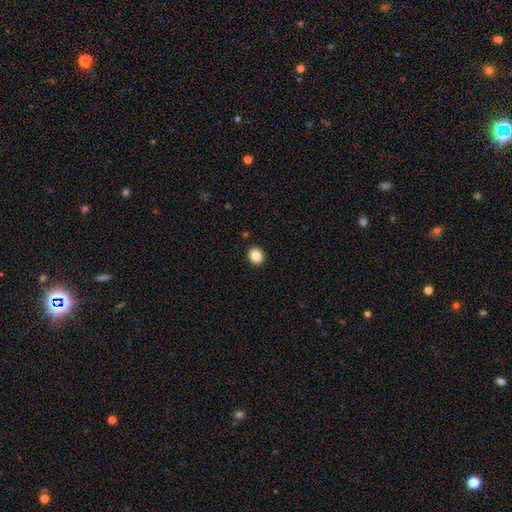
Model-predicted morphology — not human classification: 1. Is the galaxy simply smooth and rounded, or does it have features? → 85% smooth, 9% star or artifact, 5% featured or disk.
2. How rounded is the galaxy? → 65% round, 35% in between, 1% cigar-shaped.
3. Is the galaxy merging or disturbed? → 92% none, 5% minor disturbance, 2% major disturbance, 1% merger.